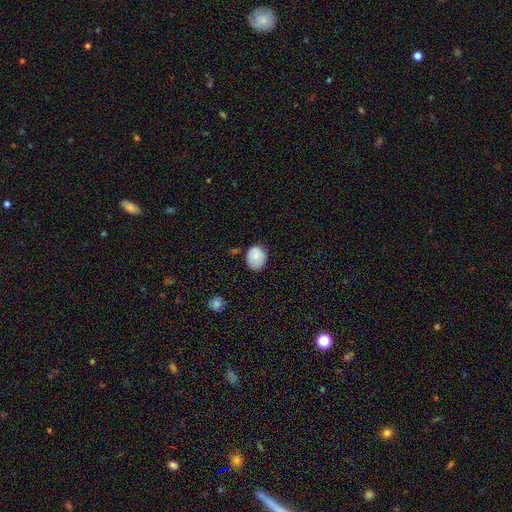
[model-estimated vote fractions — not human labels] This appears to be a smooth galaxy with no disk features (86%) that is round (57%). Merging: none (73%).